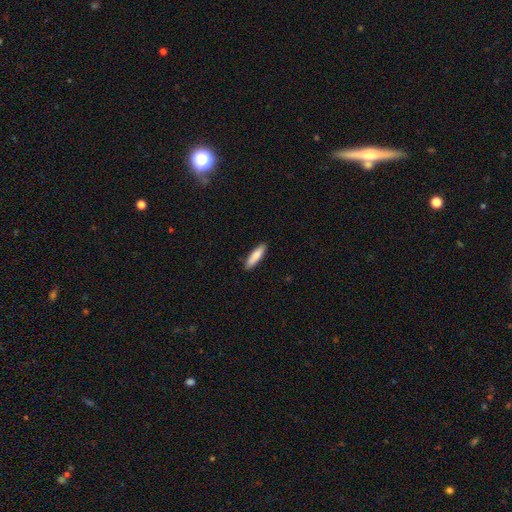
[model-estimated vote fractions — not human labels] Smooth or featured? smooth (84%)
How rounded? cigar-shaped (71%)
Merging? none (89%)